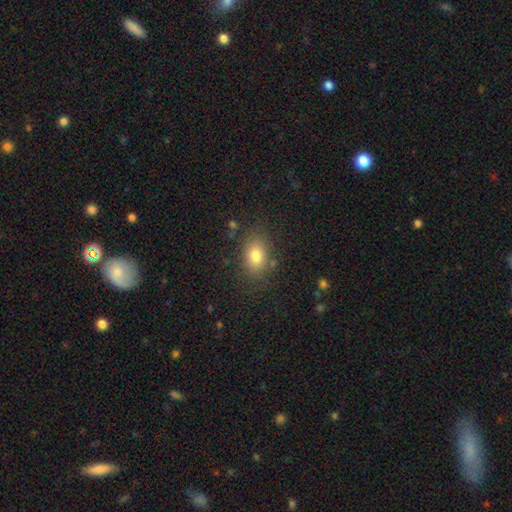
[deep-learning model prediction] The model was most divided on "how rounded": in between: 76%, round: 22%, cigar-shaped: 1%. More confident: merging — none (80%); smooth or featured — smooth (79%).